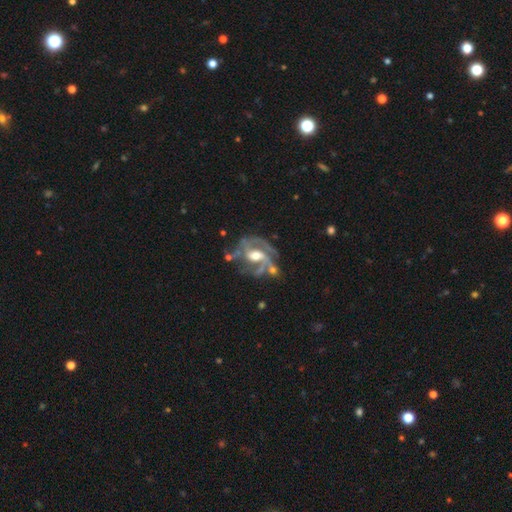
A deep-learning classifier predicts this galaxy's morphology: Smooth or featured? Predicted: featured or disk (p=0.88). Edge-on disk? Predicted: no (p=0.98). Bar? Predicted: weak (p=0.44). Spiral arms? Predicted: yes (p=0.95). Spiral winding? Predicted: medium (p=0.51). Spiral arm count? Predicted: 2 (p=0.49). Bulge size? Predicted: moderate (p=0.71). Merging? Predicted: none (p=0.45).